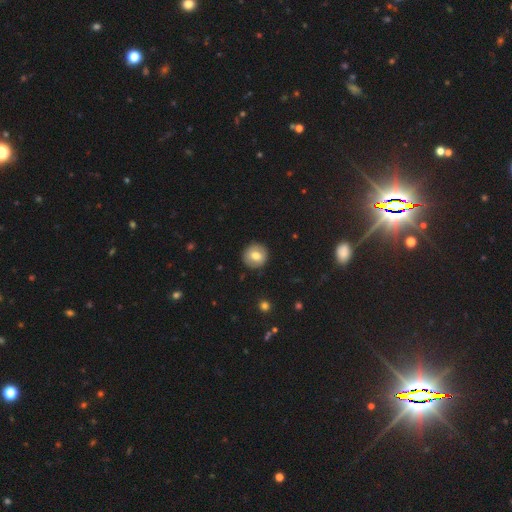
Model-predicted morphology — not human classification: Smooth or featured? Predicted: smooth (p=0.72). How rounded? Predicted: round (p=0.93). Merging? Predicted: none (p=0.90).